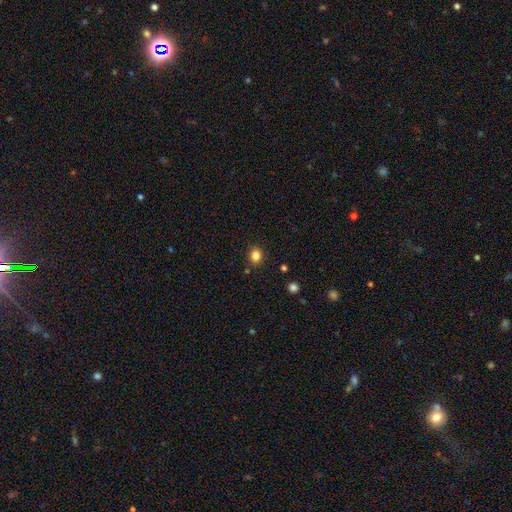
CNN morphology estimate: A smooth galaxy with no disk features (83%) that is round (61%).

Vote fractions:
- Smooth or featured? smooth: 83% / star or artifact: 12% / featured or disk: 5%
- How rounded? round: 61% / in between: 38% / cigar-shaped: 1%
- Merging? none: 87% / minor disturbance: 9% / merger: 2% / major disturbance: 2%